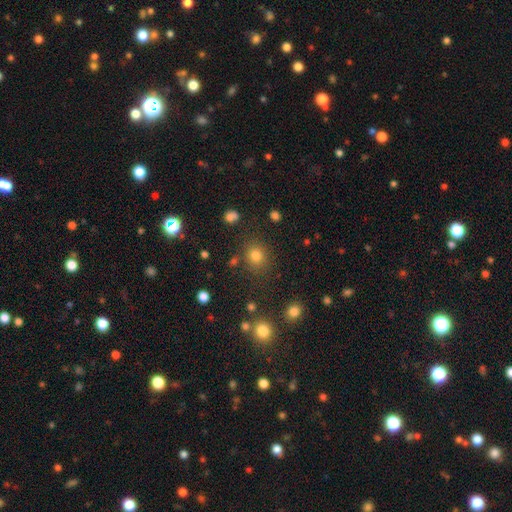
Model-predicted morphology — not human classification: Overall: smooth (78%). How rounded: round (81%). Merging: none (82%).